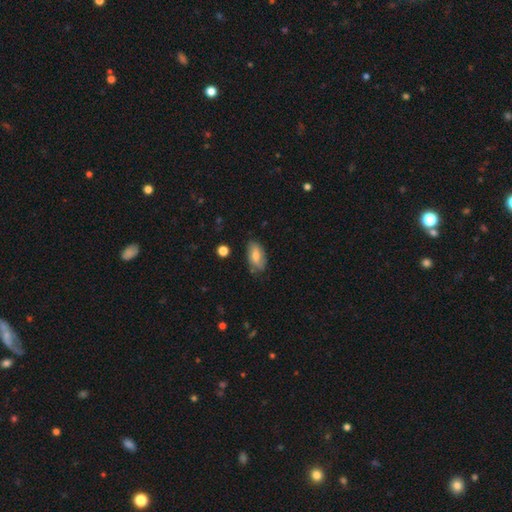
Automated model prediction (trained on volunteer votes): Smooth or featured? smooth (69%)
How rounded? in between (91%)
Merging? none (75%)